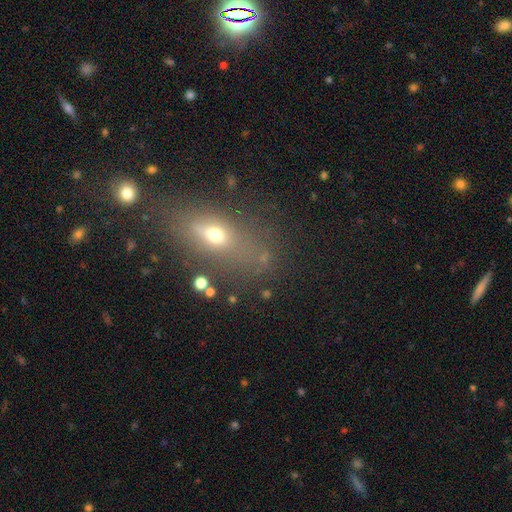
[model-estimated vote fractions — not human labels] smooth-or-featured: smooth: 53% | star or artifact: 24% | featured or disk: 23%
  how-rounded: in between: 63% | round: 20% | cigar-shaped: 17%
  merging: none: 68% | minor disturbance: 15% | major disturbance: 9% | merger: 8%